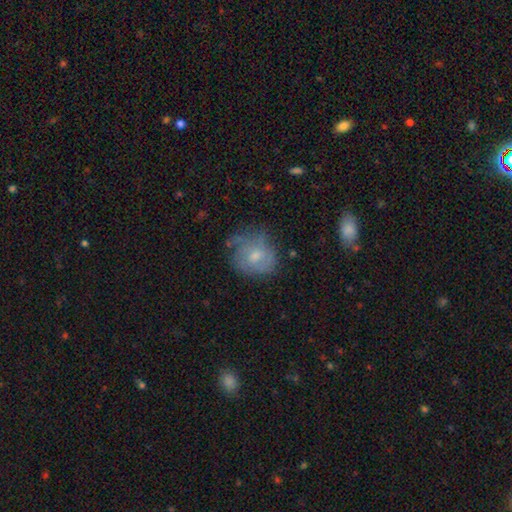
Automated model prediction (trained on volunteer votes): Smooth or featured: smooth — 51% (featured or disk — 40%)
How rounded: round — 68% (in between — 31%)
Merging: none — 53% (minor disturbance — 29%)